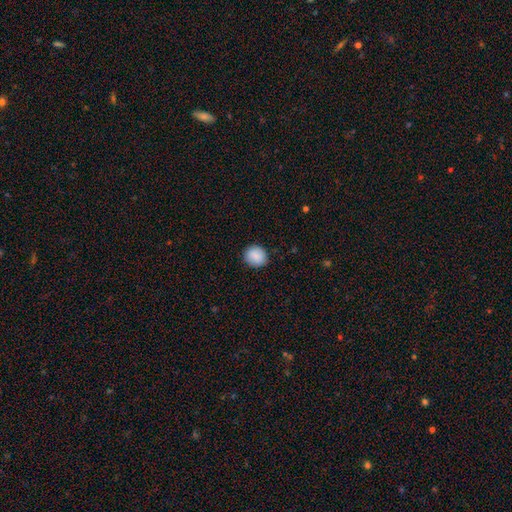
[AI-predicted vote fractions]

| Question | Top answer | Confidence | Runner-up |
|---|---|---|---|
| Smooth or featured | smooth | 89% | star or artifact (7%) |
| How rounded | round | 79% | in between (20%) |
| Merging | none | 89% | minor disturbance (8%) |